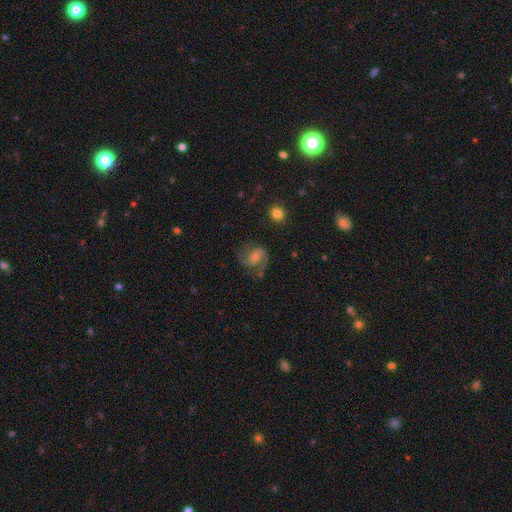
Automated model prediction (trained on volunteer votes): This is clearly a featured or disk galaxy (84%). It is clearly not viewed edge-on (98%). Bar: possibly weak (48%). Spiral arm pattern: clearly yes (97%). Spiral arm count: clearly 2 (90%). Spiral winding: possibly medium (58%). Central bulge: possibly moderate (47%). Merging: likely none (75%).